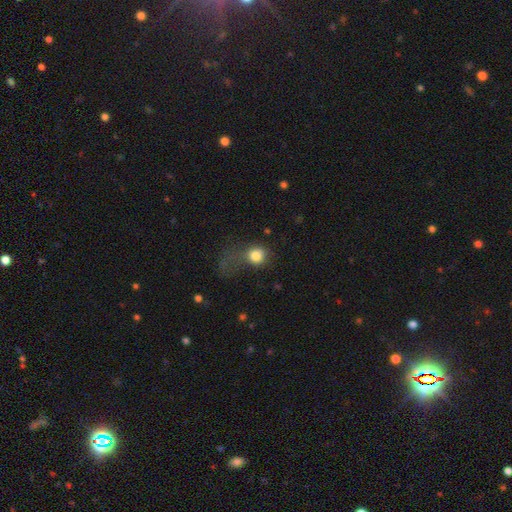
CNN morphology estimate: smooth_or_featured: smooth (p=0.79) [alt: featured or disk p=0.11]
how_rounded: round (p=0.77) [alt: in between p=0.22]
merging: major disturbance (p=0.51) [alt: none p=0.25]